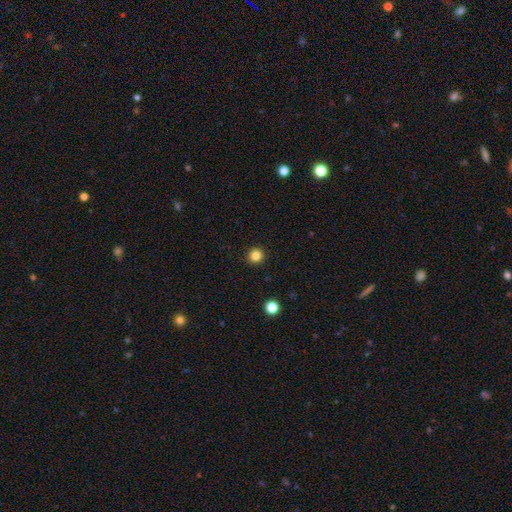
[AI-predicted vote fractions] A smooth galaxy with no disk features (83%) that is round (95%). Merging: none (93%).